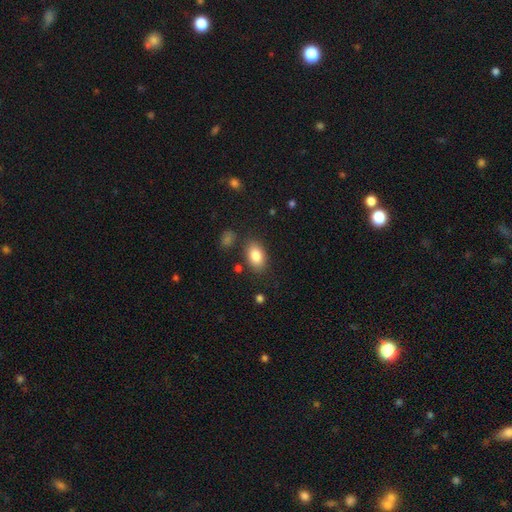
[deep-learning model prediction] Q: Smooth or featured?
A: smooth (83%); runner-up: featured or disk (9%)
Q: How rounded?
A: in between (88%); runner-up: round (11%)
Q: Merging?
A: none (81%); runner-up: minor disturbance (12%)